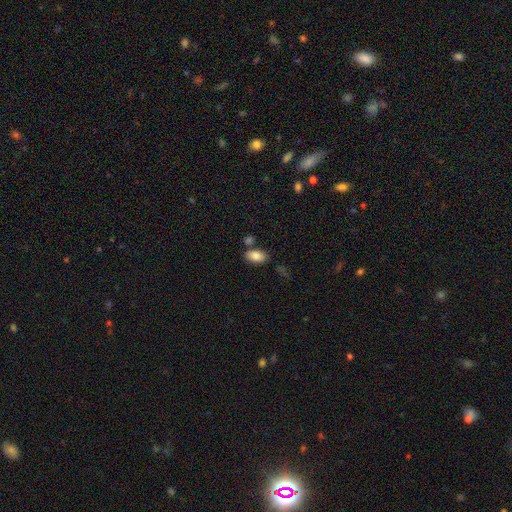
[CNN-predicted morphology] A smooth galaxy with no disk features (85%) that is in between round and cigar-shaped (93%). Merging: none (74%).